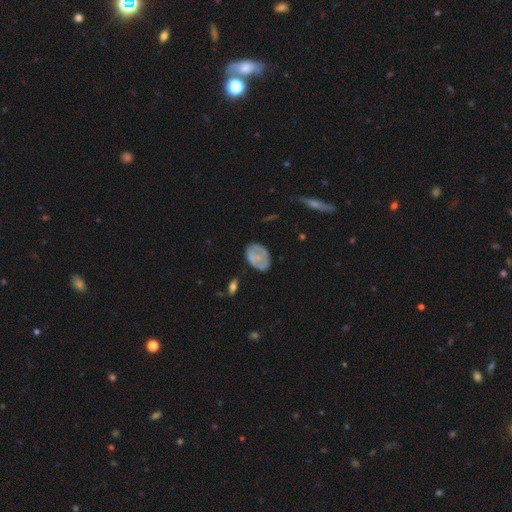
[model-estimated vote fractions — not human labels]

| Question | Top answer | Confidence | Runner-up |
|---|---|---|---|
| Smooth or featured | smooth | 55% | featured or disk (35%) |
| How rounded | in between | 80% | round (19%) |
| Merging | none | 62% | minor disturbance (25%) |